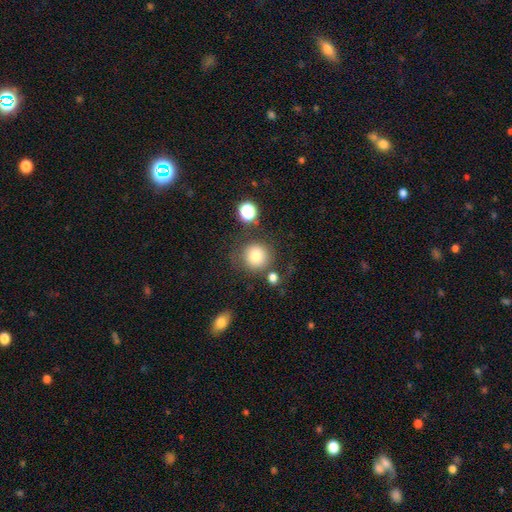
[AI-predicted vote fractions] This is likely a smooth galaxy (79%). How rounded: clearly round (92%). Merging: likely none (73%).